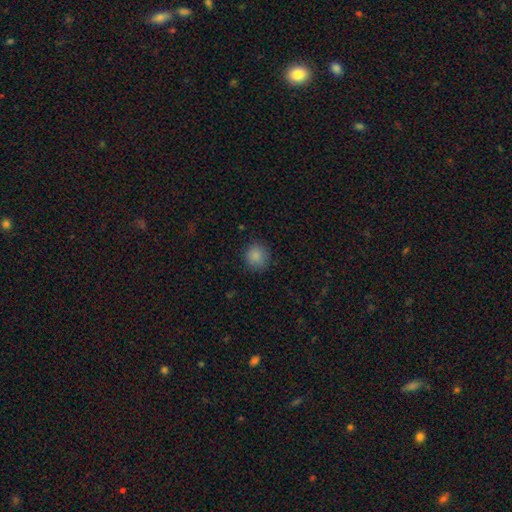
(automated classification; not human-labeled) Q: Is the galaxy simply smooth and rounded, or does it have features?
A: smooth — 87%.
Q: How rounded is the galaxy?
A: round — 89%.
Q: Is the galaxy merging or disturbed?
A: none — 86%.